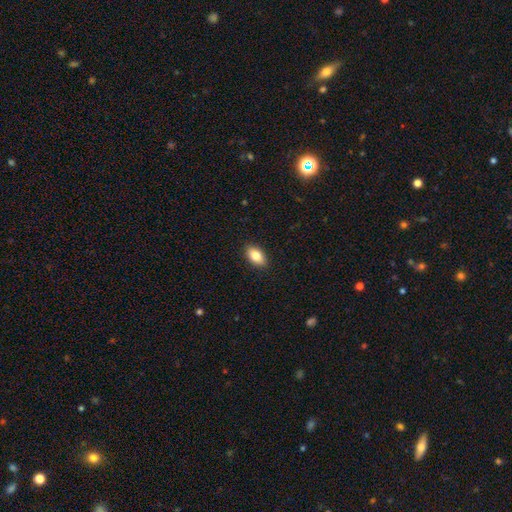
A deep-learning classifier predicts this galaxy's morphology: smooth-or-featured: smooth: 83% | featured or disk: 9% | star or artifact: 7%
  how-rounded: in between: 91% | round: 6% | cigar-shaped: 3%
  merging: none: 90% | minor disturbance: 7% | major disturbance: 2% | merger: 1%